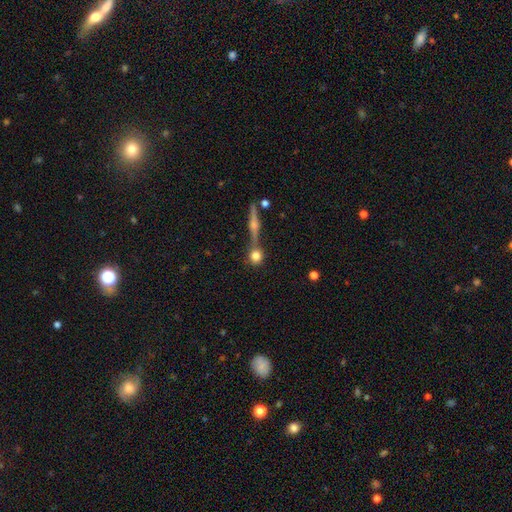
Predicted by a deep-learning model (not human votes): Q: Smooth or featured?
A: smooth (73%); runner-up: featured or disk (17%)
Q: How rounded?
A: round (90%); runner-up: in between (7%)
Q: Merging?
A: none (66%); runner-up: merger (21%)